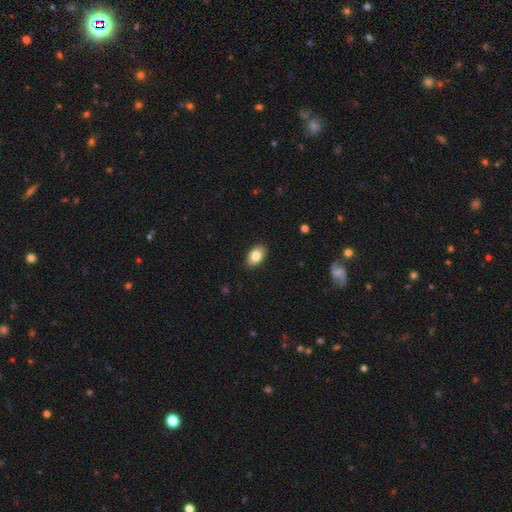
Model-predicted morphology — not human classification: This is clearly a smooth galaxy (82%). How rounded: clearly in between (89%). Merging: clearly none (89%).